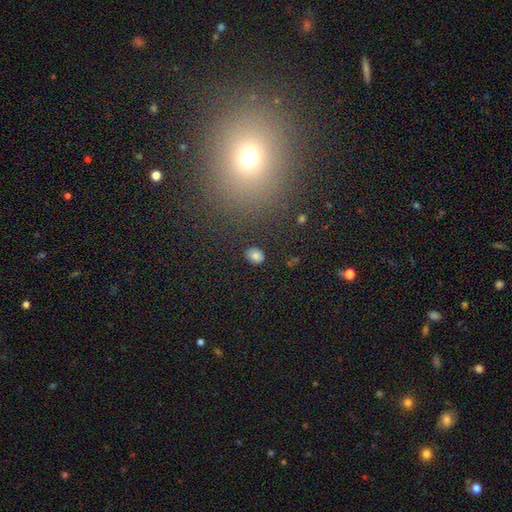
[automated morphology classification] This is clearly a smooth galaxy (82%). How rounded: possibly in between (57%). Merging: clearly none (86%).